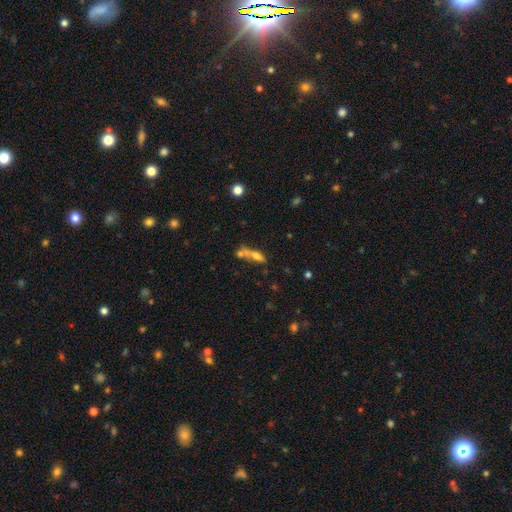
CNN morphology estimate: type=smooth (49%); merging=merger (47%).